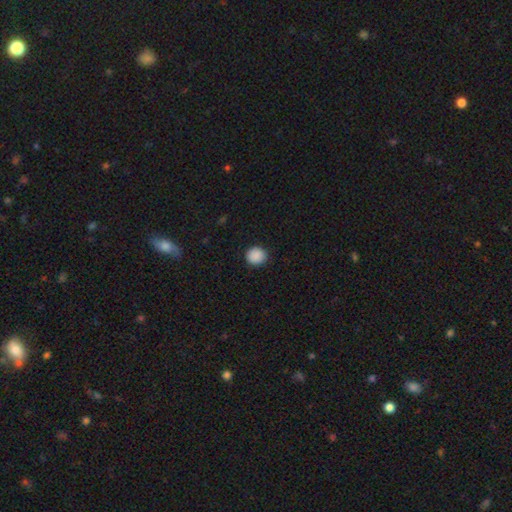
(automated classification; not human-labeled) This appears to be a smooth galaxy with no disk features (89%) that is round (90%). Merging: none (91%).